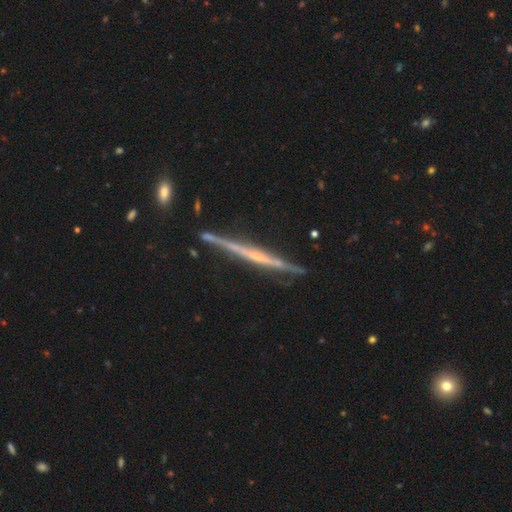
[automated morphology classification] Smooth or featured: featured or disk — 77% (smooth — 17%)
Edge-on disk: yes — 98% (no — 2%)
Edge-on bulge: none — 66% (rounded — 25%)
Merging: none — 84% (minor disturbance — 11%)